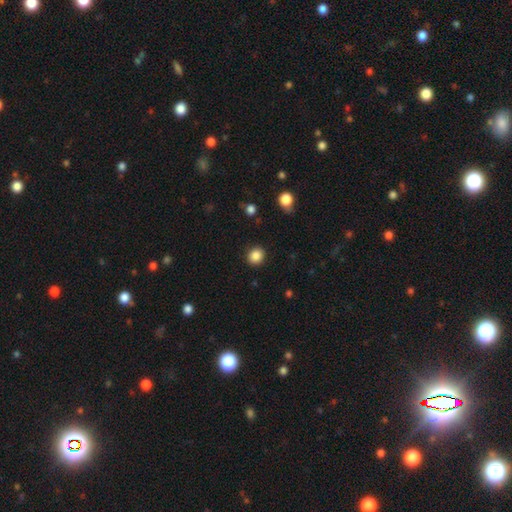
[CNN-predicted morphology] Q: Smooth or featured?
A: smooth (86%); runner-up: star or artifact (10%)
Q: How rounded?
A: round (82%); runner-up: in between (17%)
Q: Merging?
A: none (90%); runner-up: minor disturbance (6%)